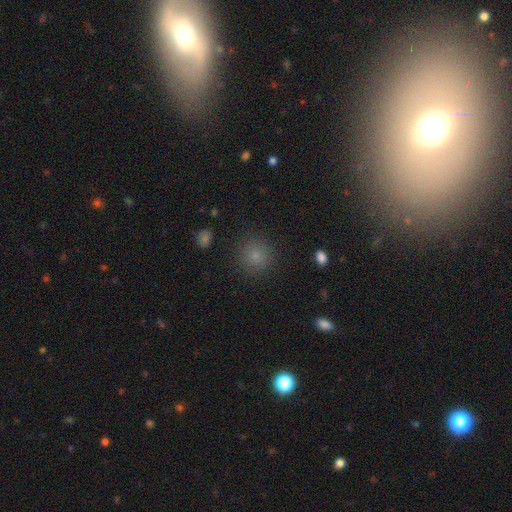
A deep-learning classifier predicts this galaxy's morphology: The model was most divided on "smooth or featured": smooth: 78%, star or artifact: 16%, featured or disk: 6%. More confident: how rounded — round (93%); merging — none (88%).